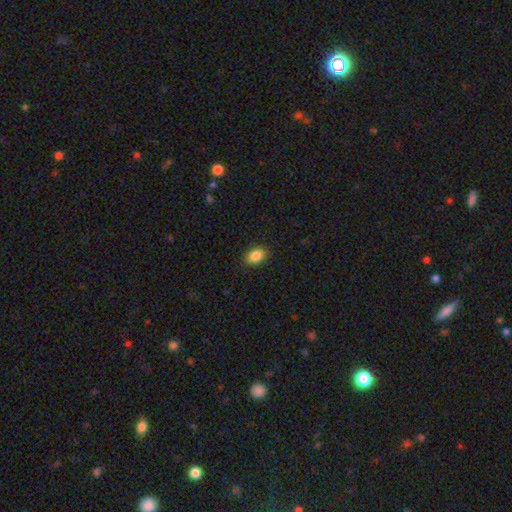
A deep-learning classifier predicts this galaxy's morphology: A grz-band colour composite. It shows a smooth galaxy with no disk features (87%) that is in between round and cigar-shaped (79%). Merging: none (87%).